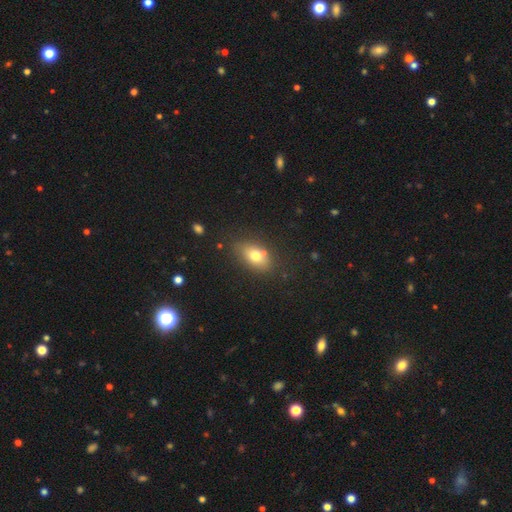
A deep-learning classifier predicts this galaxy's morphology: The model was most divided on "merging": none: 73%, minor disturbance: 16%, merger: 7%, major disturbance: 5%. More confident: how rounded — in between (82%); smooth or featured — smooth (75%).